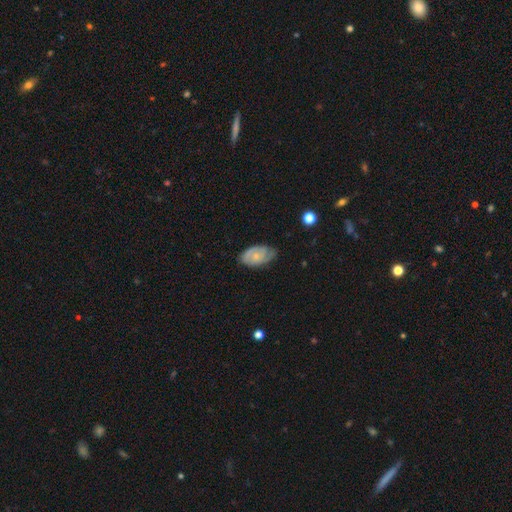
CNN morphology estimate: Smooth or featured? Predicted: featured or disk (p=0.61). Edge-on disk? Predicted: no (p=0.95). Bar? Predicted: no (p=0.72). Spiral arms? Predicted: yes (p=0.85). Bulge size? Predicted: small (p=0.69). Merging? Predicted: none (p=0.66).